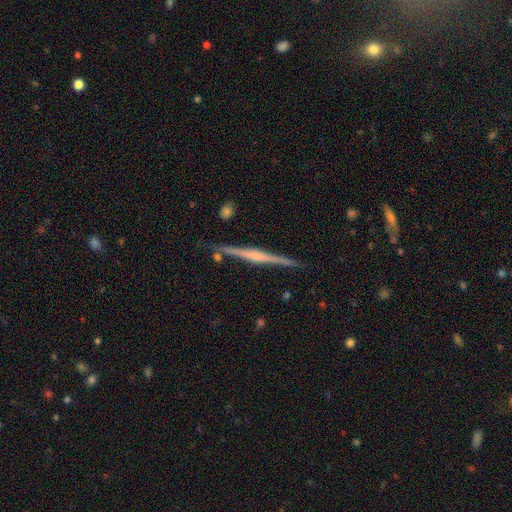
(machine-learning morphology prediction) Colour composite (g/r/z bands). It shows a featured or disk galaxy (81%) viewed edge-on (98%) with a rounded central bulge (66%). Merging: none (89%).